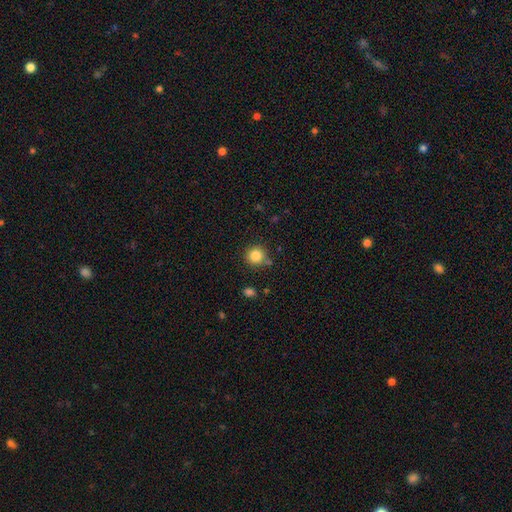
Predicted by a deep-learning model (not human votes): A smooth galaxy with no disk features (84%) that is round (92%).

Vote fractions:
- Smooth or featured? smooth: 84% / star or artifact: 11% / featured or disk: 5%
- How rounded? round: 92% / in between: 7% / cigar-shaped: 1%
- Merging? none: 80% / minor disturbance: 11% / merger: 6% / major disturbance: 3%